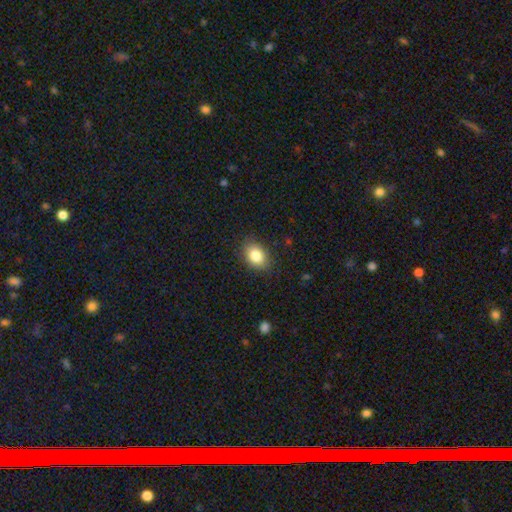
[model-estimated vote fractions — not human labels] Overall: smooth (83%). How rounded: in between (74%). Merging: none (85%).